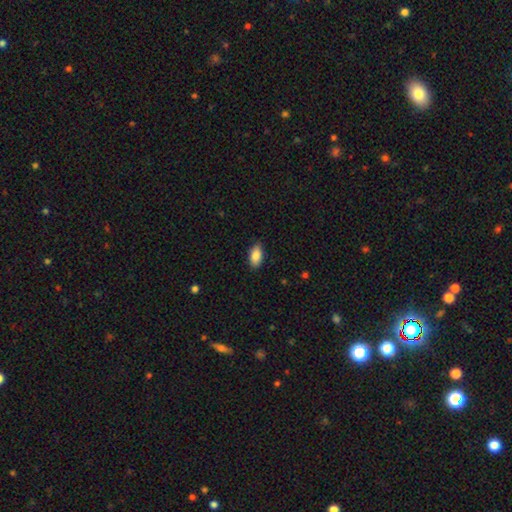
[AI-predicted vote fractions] Overall: smooth (88%). How rounded: in between (93%). Merging: none (86%).